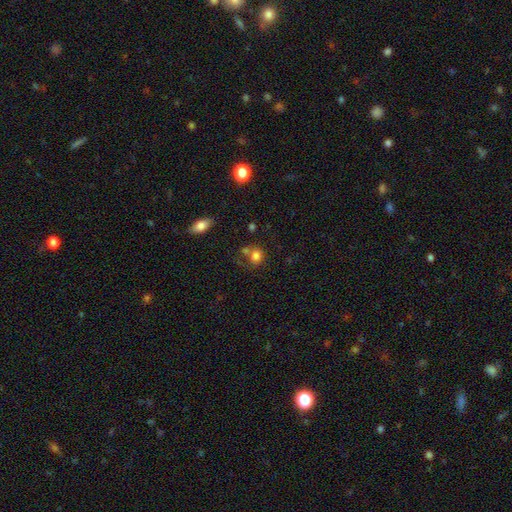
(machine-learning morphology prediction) smooth_or_featured: smooth (p=0.79) [alt: star or artifact p=0.12]
how_rounded: round (p=0.71) [alt: in between p=0.28]
merging: none (p=0.53) [alt: merger p=0.27]